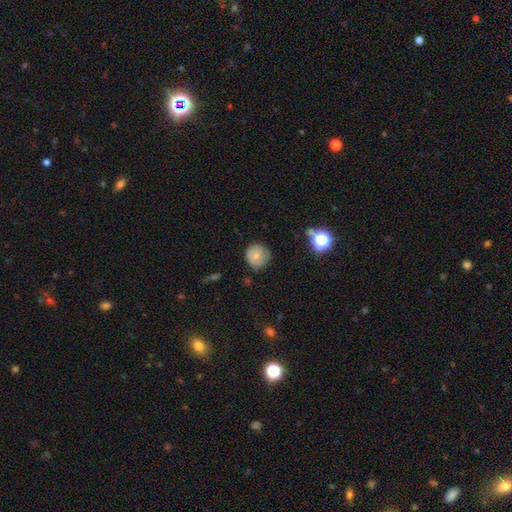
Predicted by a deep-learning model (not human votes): A smooth galaxy with no disk features (72%) that is round (92%).

Vote fractions:
- Smooth or featured? smooth: 72% / featured or disk: 18% / star or artifact: 10%
- How rounded? round: 92% / in between: 7% / cigar-shaped: 1%
- Merging? none: 74% / minor disturbance: 20% / major disturbance: 4% / merger: 2%